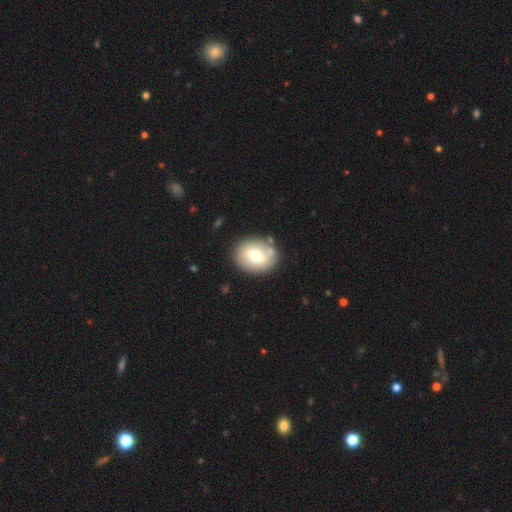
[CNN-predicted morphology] Smooth or featured? Predicted: smooth (p=0.63). How rounded? Predicted: in between (p=0.52). Merging? Predicted: none (p=0.80).